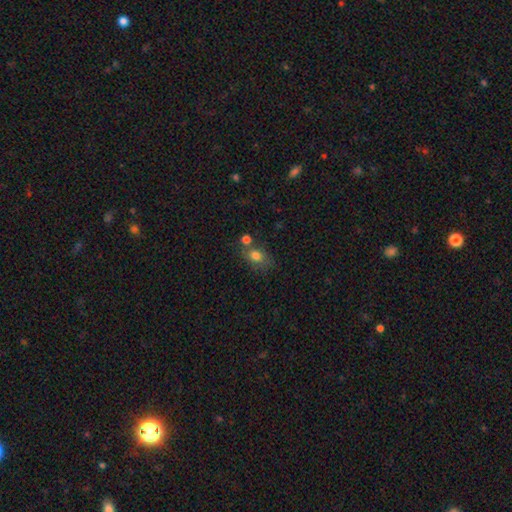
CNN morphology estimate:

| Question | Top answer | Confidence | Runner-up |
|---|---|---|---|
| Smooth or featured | smooth | 78% | featured or disk (11%) |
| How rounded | in between | 64% | round (34%) |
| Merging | none | 54% | merger (23%) |